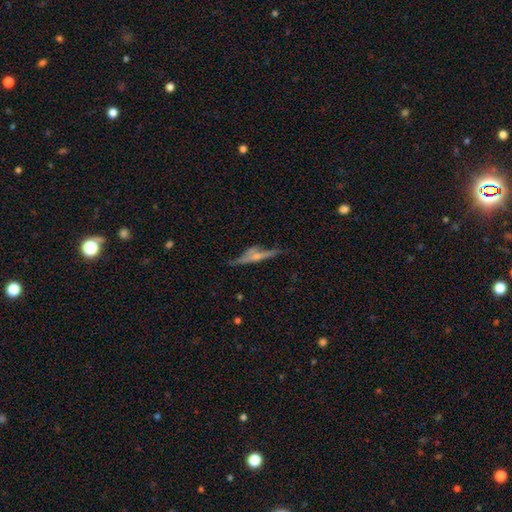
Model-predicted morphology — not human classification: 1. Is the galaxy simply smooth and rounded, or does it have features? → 60% featured or disk, 32% smooth, 9% star or artifact.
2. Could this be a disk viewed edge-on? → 88% yes, 12% no.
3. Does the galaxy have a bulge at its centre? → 65% rounded, 23% none, 13% boxy.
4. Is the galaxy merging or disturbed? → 55% none, 23% minor disturbance, 12% major disturbance, 10% merger.